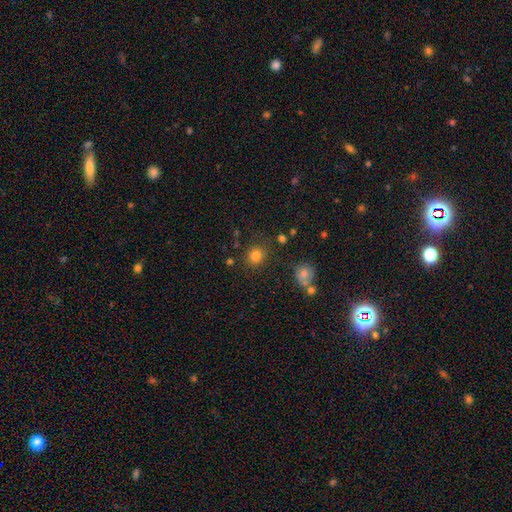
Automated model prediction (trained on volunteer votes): Q: Smooth or featured?
A: smooth (80%); runner-up: star or artifact (14%)
Q: How rounded?
A: round (83%); runner-up: in between (16%)
Q: Merging?
A: none (83%); runner-up: minor disturbance (9%)